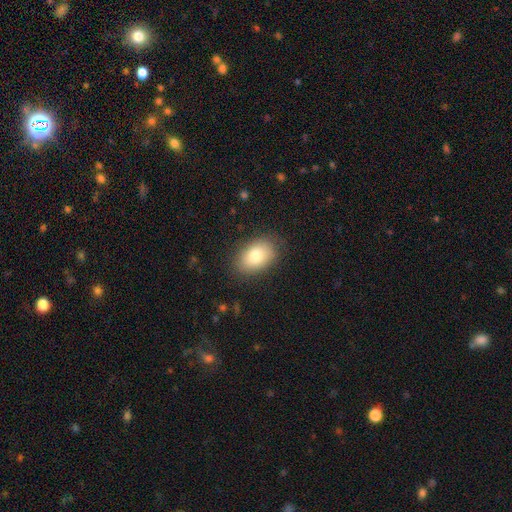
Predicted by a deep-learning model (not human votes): Smooth or featured: smooth — 81% (featured or disk — 11%)
How rounded: in between — 87% (round — 12%)
Merging: none — 83% (minor disturbance — 13%)